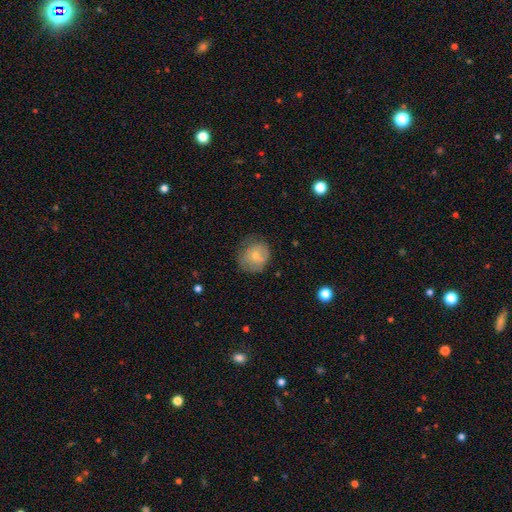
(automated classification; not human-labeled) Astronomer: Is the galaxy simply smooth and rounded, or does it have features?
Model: smooth — 69%.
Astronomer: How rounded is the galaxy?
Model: round — 80%.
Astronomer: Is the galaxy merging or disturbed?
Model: none — 62%.